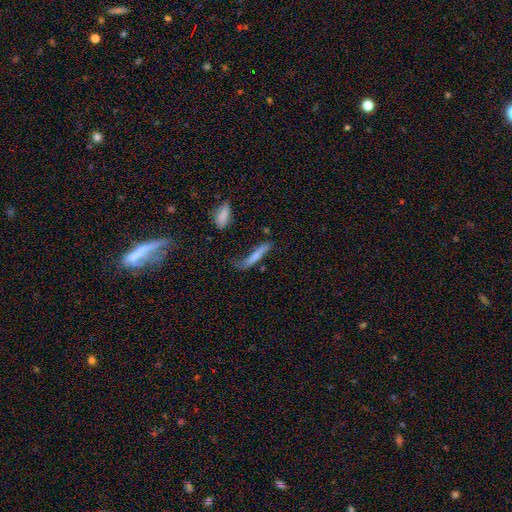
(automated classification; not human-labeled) Smooth or featured? smooth (69%)
How rounded? cigar-shaped (87%)
Merging? none (50%)